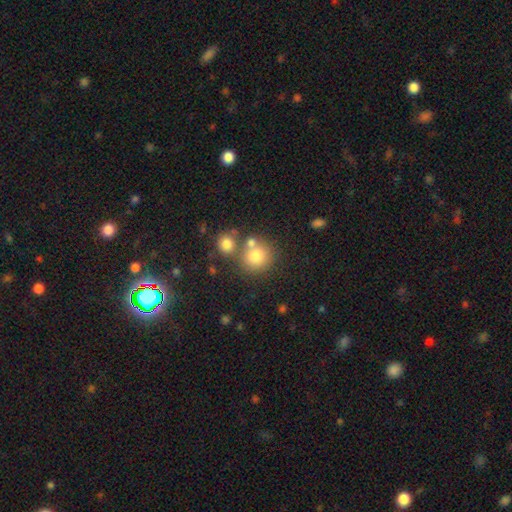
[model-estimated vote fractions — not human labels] smooth_or_featured: smooth (p=0.77) [alt: star or artifact p=0.12]
how_rounded: round (p=0.88) [alt: in between p=0.11]
merging: none (p=0.59) [alt: merger p=0.27]